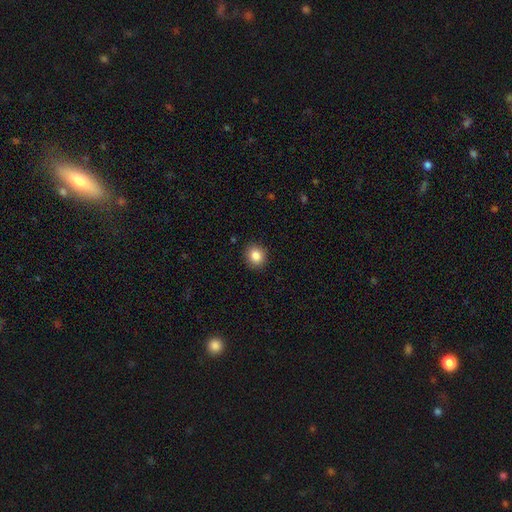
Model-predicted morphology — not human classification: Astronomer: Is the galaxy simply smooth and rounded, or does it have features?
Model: smooth — 85%.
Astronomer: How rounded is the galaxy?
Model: round — 76%.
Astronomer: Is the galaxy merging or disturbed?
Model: none — 90%.